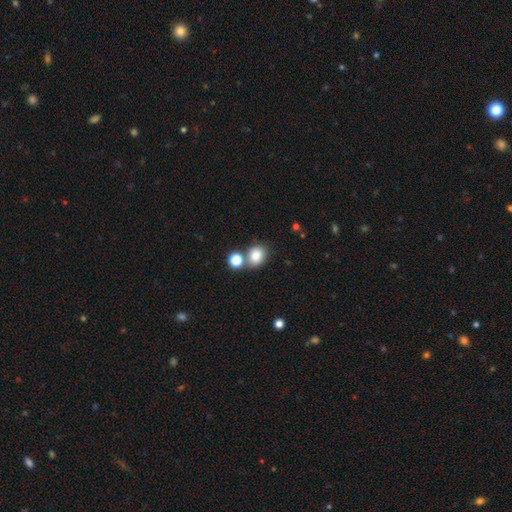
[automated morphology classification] Q: Smooth or featured?
A: smooth (83%); runner-up: star or artifact (11%)
Q: How rounded?
A: round (59%); runner-up: in between (40%)
Q: Merging?
A: none (60%); runner-up: merger (25%)